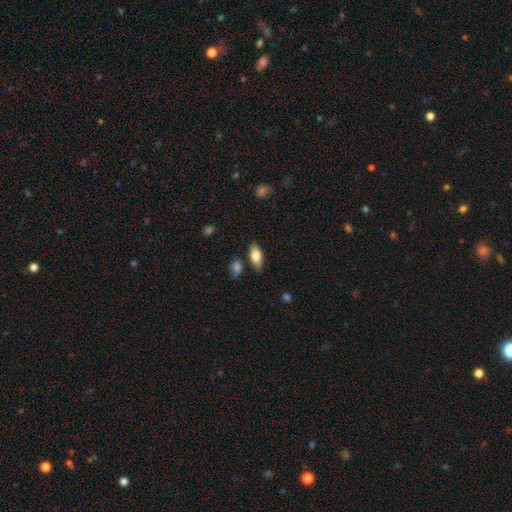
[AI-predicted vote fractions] This appears to be a smooth galaxy with no disk features (79%) that is in between round and cigar-shaped (84%). Merging: none (79%).